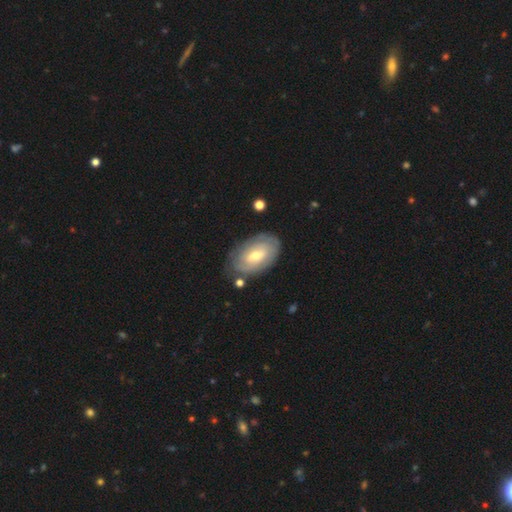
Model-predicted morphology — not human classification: smooth-or-featured: featured or disk: 63% | smooth: 32% | star or artifact: 6%
  disk-edge-on: no: 93% | yes: 7%
    bar: weak: 44% | no: 43% | strong: 13%
    has-spiral-arms: yes: 68% | no: 32%
    bulge-size: moderate: 54% | small: 41% | large: 3% | none: 1% | dominant: 1%
  merging: none: 77% | minor disturbance: 16% | major disturbance: 5% | merger: 3%